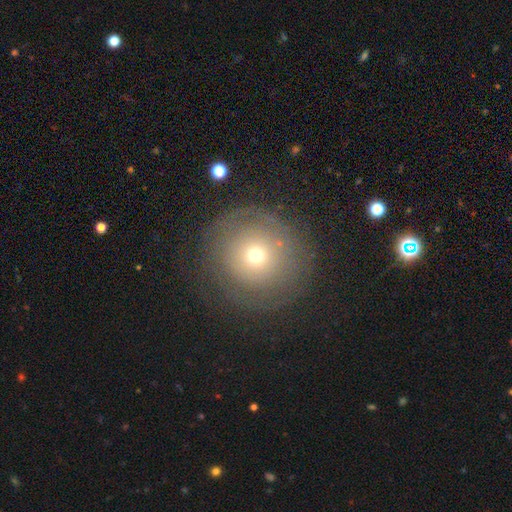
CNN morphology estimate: Smooth or featured: smooth — 55% (featured or disk — 30%)
How rounded: round — 92% (in between — 7%)
Merging: none — 77% (minor disturbance — 13%)